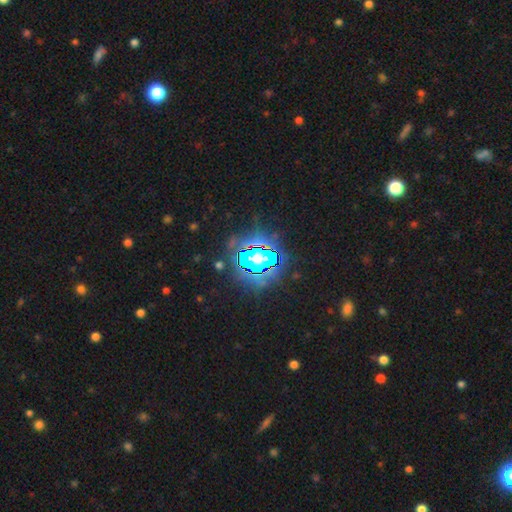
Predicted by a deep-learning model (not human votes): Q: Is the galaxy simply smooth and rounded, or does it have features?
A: star or artifact — 85%.